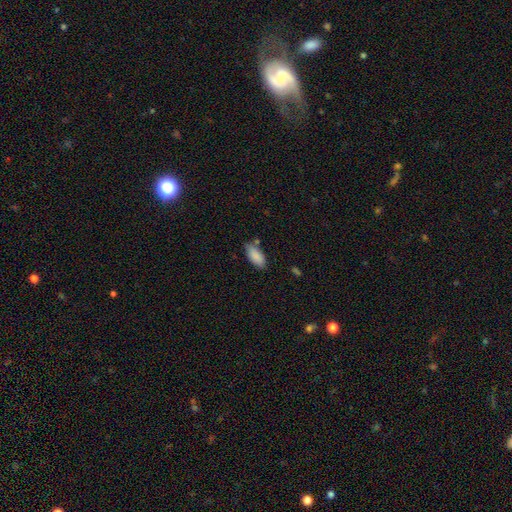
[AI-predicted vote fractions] A smooth galaxy with no disk features (88%) that is in between round and cigar-shaped (89%).

Vote fractions:
- Smooth or featured? smooth: 88% / star or artifact: 7% / featured or disk: 6%
- How rounded? in between: 89% / cigar-shaped: 9% / round: 2%
- Merging? none: 70% / minor disturbance: 19% / merger: 7% / major disturbance: 4%